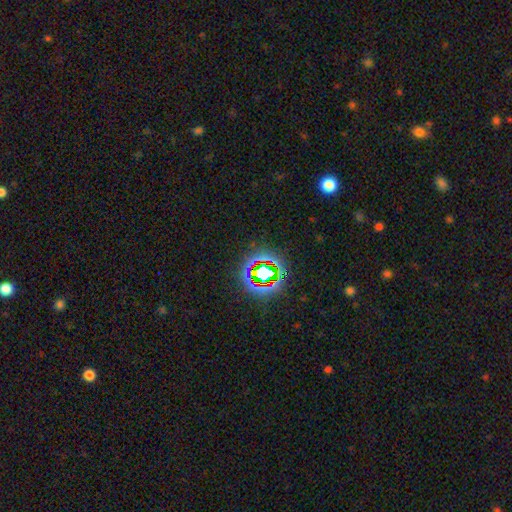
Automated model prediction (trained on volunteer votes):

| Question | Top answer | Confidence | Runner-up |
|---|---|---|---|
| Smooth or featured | star or artifact | 63% | smooth (22%) |